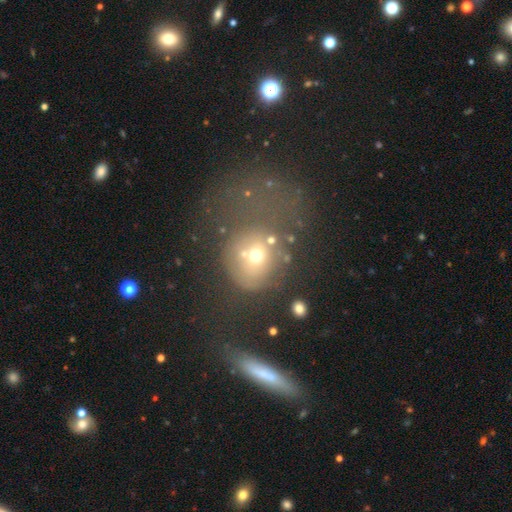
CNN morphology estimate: Smooth or featured? Predicted: smooth (p=0.61). How rounded? Predicted: round (p=0.74). Merging? Predicted: none (p=0.39).